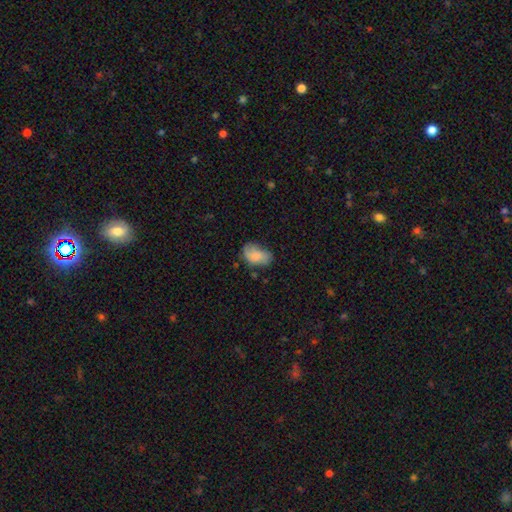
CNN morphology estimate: type=smooth (76%); roundness=in between (88%); merging=none (54%).